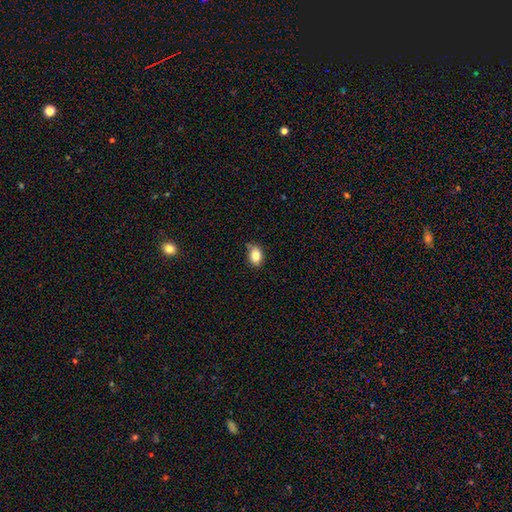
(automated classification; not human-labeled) This is clearly a smooth galaxy (83%). How rounded: likely in between (77%). Merging: likely none (65%).